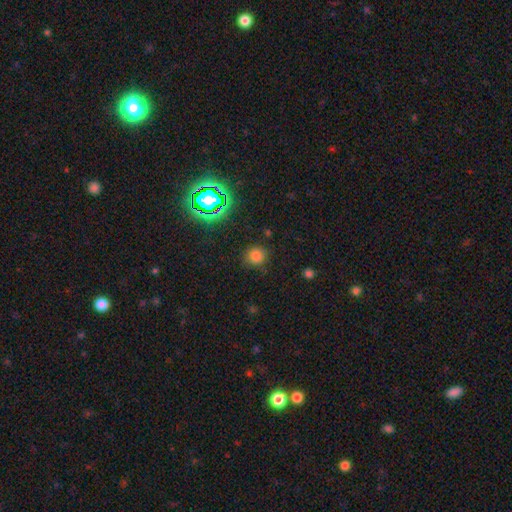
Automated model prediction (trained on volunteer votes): Q: Smooth or featured?
A: smooth (73%); runner-up: star or artifact (21%)
Q: How rounded?
A: round (84%); runner-up: in between (14%)
Q: Merging?
A: none (83%); runner-up: minor disturbance (12%)